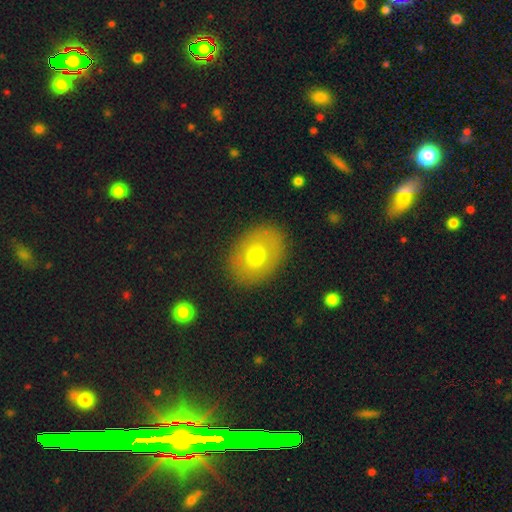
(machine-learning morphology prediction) Smooth or featured?
  - smooth: 68% *
  - featured or disk: 23%
  - star or artifact: 8%
How rounded?
  - in between: 64% *
  - round: 35%
  - cigar-shaped: 1%
Merging?
  - none: 87% *
  - minor disturbance: 9%
  - major disturbance: 3%
  - merger: 1%